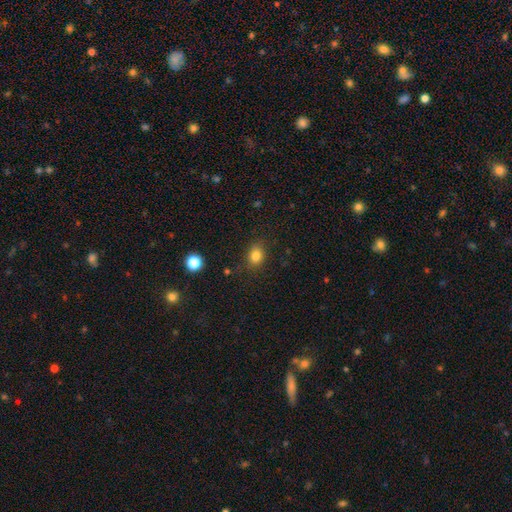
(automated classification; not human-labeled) smooth-or-featured: smooth: 82% | star or artifact: 12% | featured or disk: 6%
  how-rounded: round: 51% | in between: 48% | cigar-shaped: 1%
  merging: none: 79% | minor disturbance: 15% | major disturbance: 5% | merger: 2%